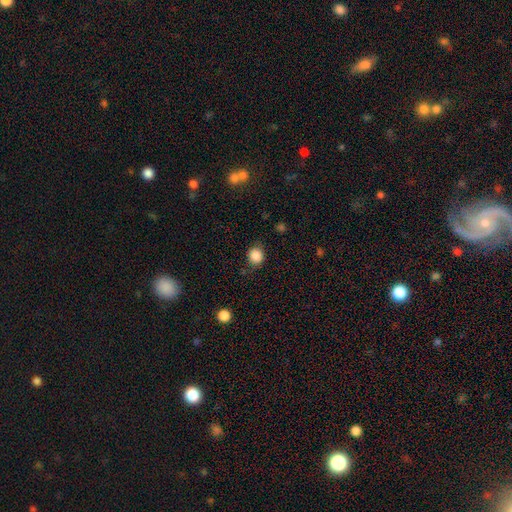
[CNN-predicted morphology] Smooth or featured? Predicted: smooth (p=0.86). How rounded? Predicted: round (p=0.78). Merging? Predicted: none (p=0.80).